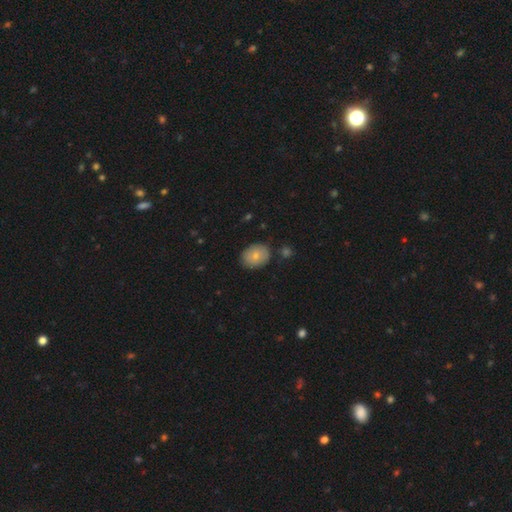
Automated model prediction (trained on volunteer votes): Smooth or featured? Predicted: smooth (p=0.75). How rounded? Predicted: in between (p=0.55). Merging? Predicted: none (p=0.81).